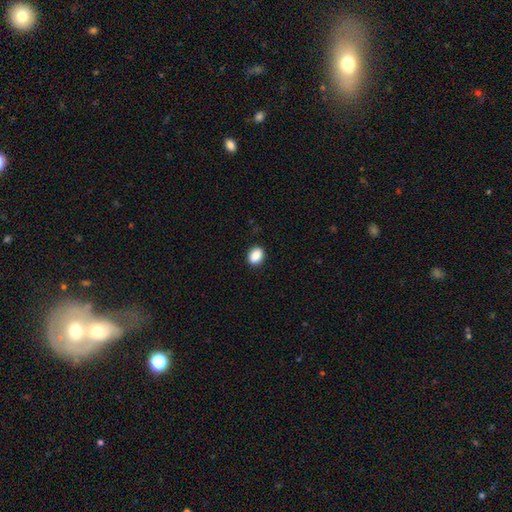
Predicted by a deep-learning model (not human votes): Morphology: type=smooth (89%); roundness=in between (73%); merging=none (90%).